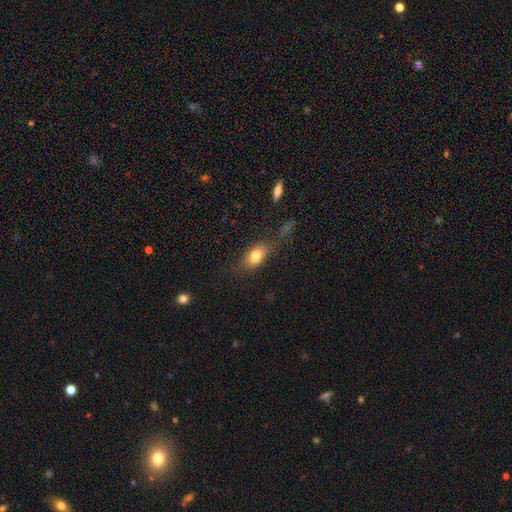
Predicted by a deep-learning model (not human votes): Q: Smooth or featured?
A: smooth (77%); runner-up: featured or disk (14%)
Q: How rounded?
A: in between (81%); runner-up: round (11%)
Q: Merging?
A: none (68%); runner-up: minor disturbance (19%)